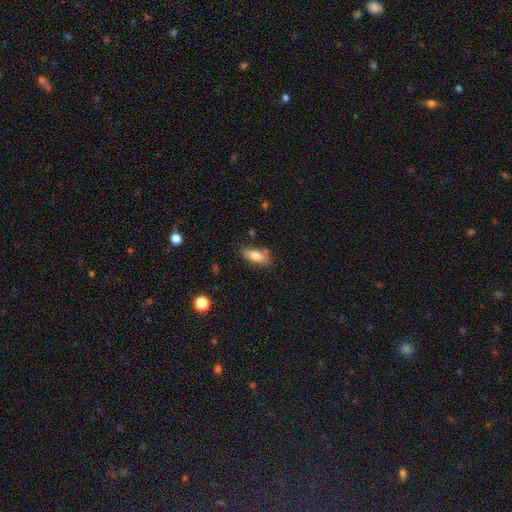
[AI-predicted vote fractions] A smooth galaxy with no disk features (79%) that is in between round and cigar-shaped (82%).

Vote fractions:
- Smooth or featured? smooth: 79% / featured or disk: 13% / star or artifact: 8%
- How rounded? in between: 82% / cigar-shaped: 15% / round: 3%
- Merging? none: 69% / minor disturbance: 19% / merger: 8% / major disturbance: 4%